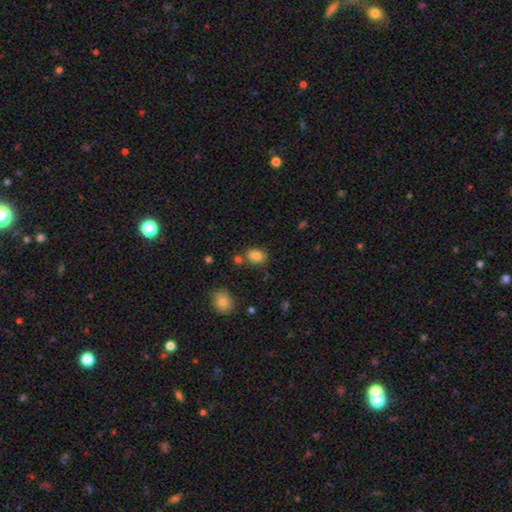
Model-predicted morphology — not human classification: Smooth or featured? smooth (83%)
How rounded? in between (77%)
Merging? none (68%)